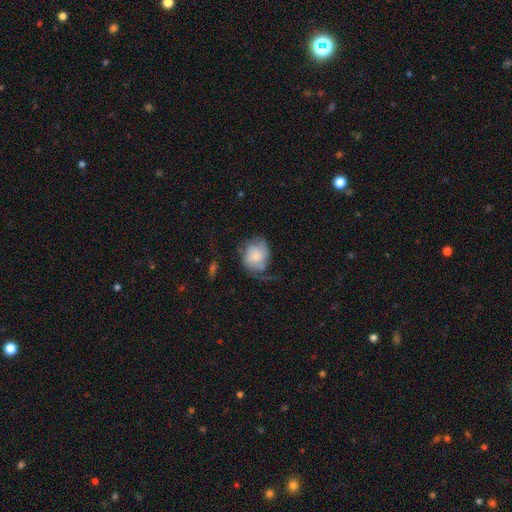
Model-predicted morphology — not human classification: Smooth or featured: smooth — 52% (featured or disk — 40%)
How rounded: round — 60% (in between — 39%)
Merging: none — 34% (tied with major disturbance — 34%)